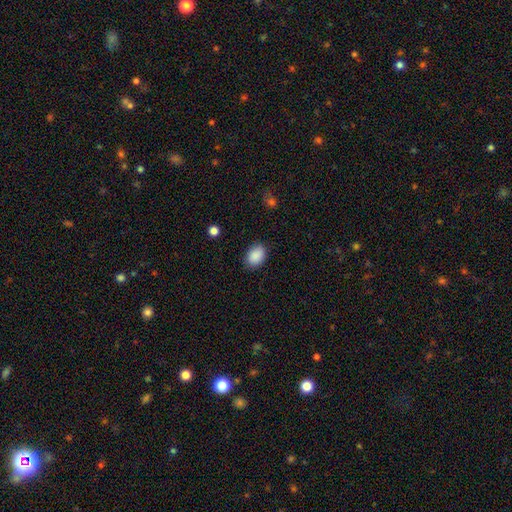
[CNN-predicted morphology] smooth_or_featured: smooth (p=0.89) [alt: star or artifact p=0.07]
how_rounded: in between (p=0.76) [alt: round p=0.23]
merging: none (p=0.84) [alt: minor disturbance p=0.12]